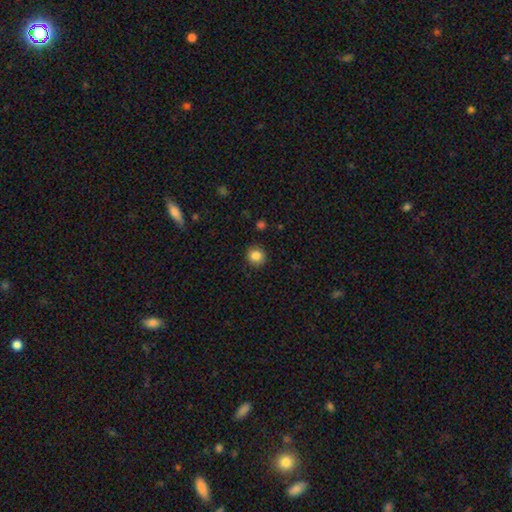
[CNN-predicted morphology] smooth_or_featured: smooth (p=0.85) [alt: star or artifact p=0.10]
how_rounded: round (p=0.89) [alt: in between p=0.10]
merging: none (p=0.90) [alt: minor disturbance p=0.07]